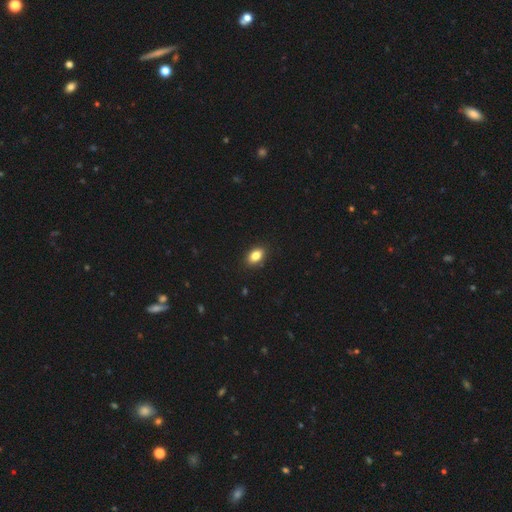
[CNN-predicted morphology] Q: Smooth or featured?
A: smooth (83%); runner-up: star or artifact (9%)
Q: How rounded?
A: in between (85%); runner-up: round (13%)
Q: Merging?
A: none (88%); runner-up: minor disturbance (9%)